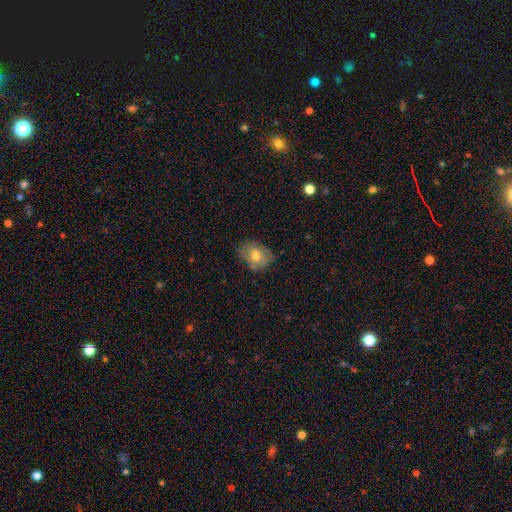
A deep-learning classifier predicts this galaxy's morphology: Smooth or featured? smooth (68%)
How rounded? in between (66%)
Merging? none (69%)